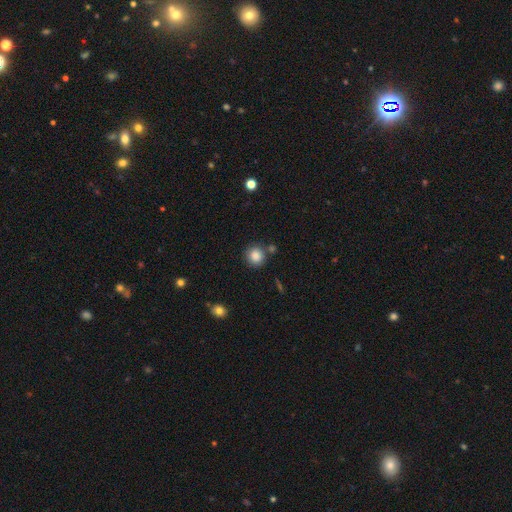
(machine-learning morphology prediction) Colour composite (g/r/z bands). It shows a smooth galaxy with no disk features (85%) that is round (90%). Merging: none (79%).